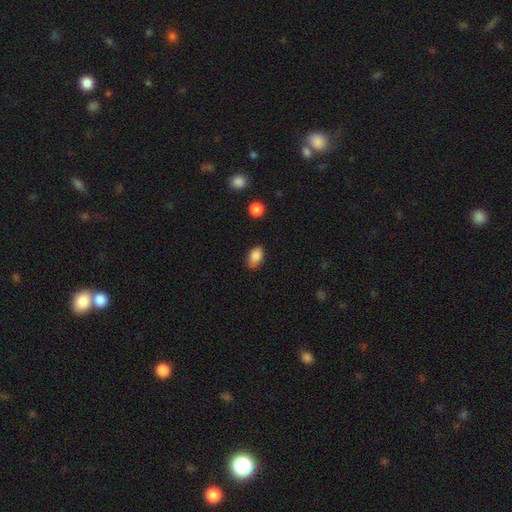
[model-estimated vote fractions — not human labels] smooth_or_featured: smooth (p=0.86) [alt: star or artifact p=0.08]
how_rounded: in between (p=0.89) [alt: round p=0.09]
merging: none (p=0.80) [alt: minor disturbance p=0.16]